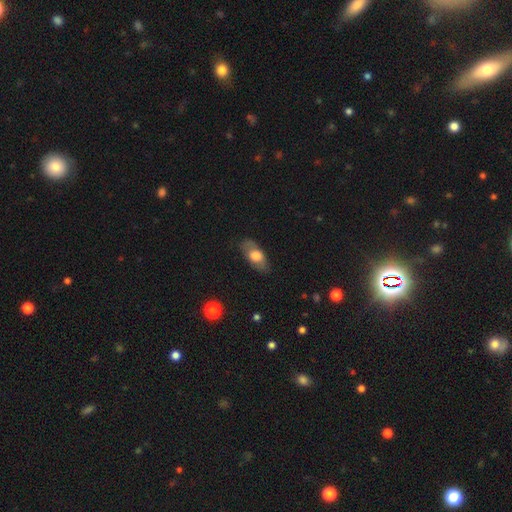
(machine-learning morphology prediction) smooth-or-featured: smooth: 59% | featured or disk: 35% | star or artifact: 7%
  how-rounded: in between: 86% | cigar-shaped: 7% | round: 7%
  merging: none: 78% | minor disturbance: 15% | major disturbance: 5% | merger: 1%